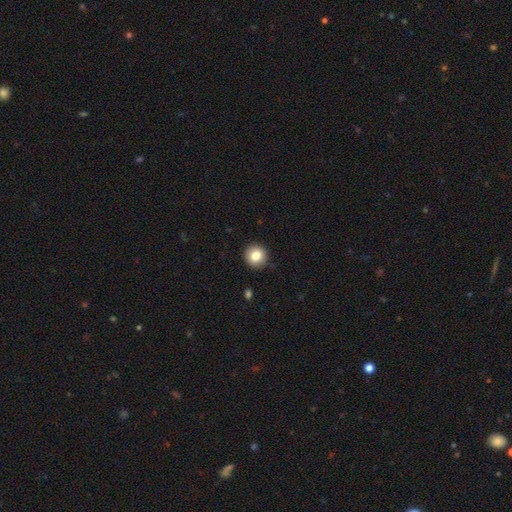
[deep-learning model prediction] smooth_or_featured: smooth (p=0.83) [alt: star or artifact p=0.09]
how_rounded: round (p=0.94) [alt: in between p=0.05]
merging: none (p=0.92) [alt: minor disturbance p=0.05]